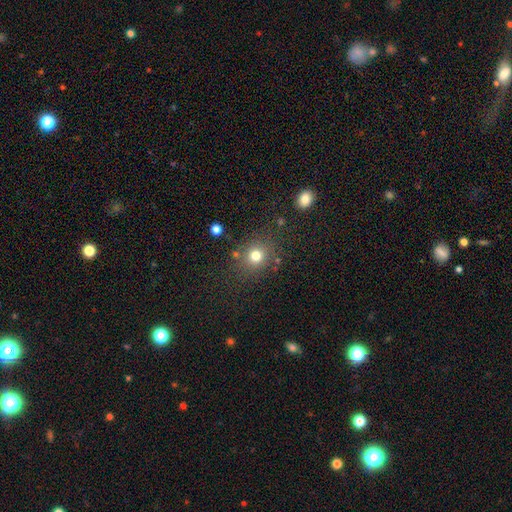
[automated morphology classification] smooth 77%, star or artifact 16%, featured or disk 8%. Down the decision tree: how rounded — round (83%); merging — none (81%).